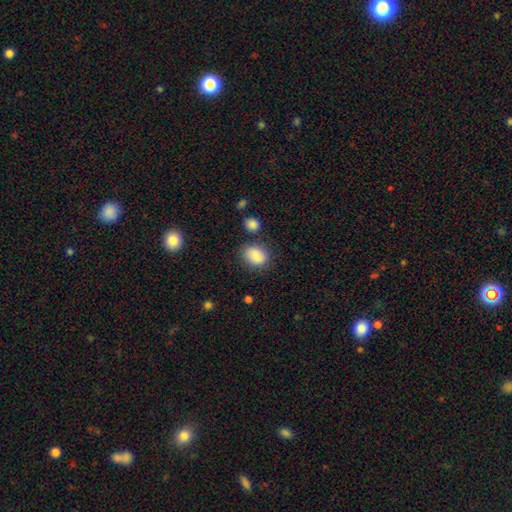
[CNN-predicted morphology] This is clearly a smooth galaxy (87%). How rounded: possibly in between (58%). Merging: likely none (74%).